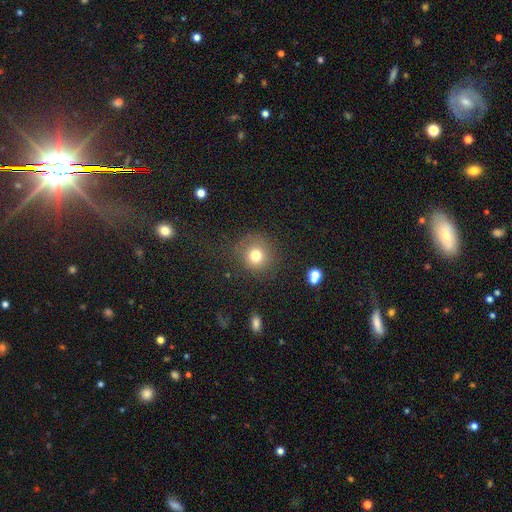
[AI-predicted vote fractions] A smooth galaxy with no disk features (77%) that is round (91%). Merging: none (81%).